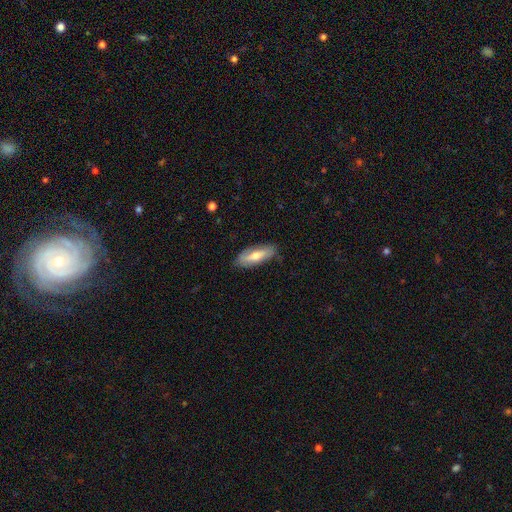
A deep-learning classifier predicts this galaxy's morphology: type=smooth (55%); roundness=in between (62%); merging=none (81%).